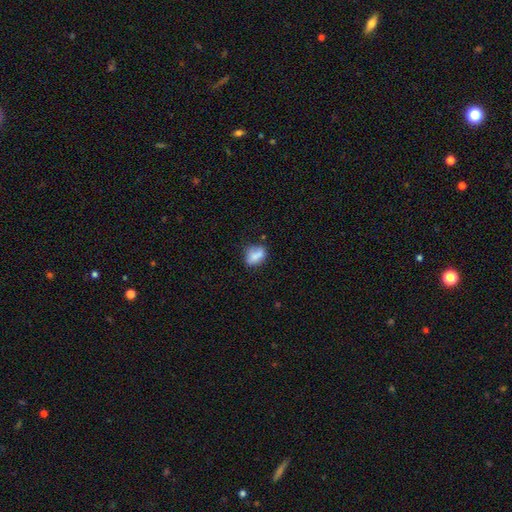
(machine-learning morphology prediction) A smooth galaxy with no disk features (74%) that is in between round and cigar-shaped (63%).

Vote fractions:
- Smooth or featured? smooth: 74% / featured or disk: 17% / star or artifact: 9%
- How rounded? in between: 63% / round: 33% / cigar-shaped: 4%
- Merging? none: 50% / minor disturbance: 23% / merger: 20% / major disturbance: 7%